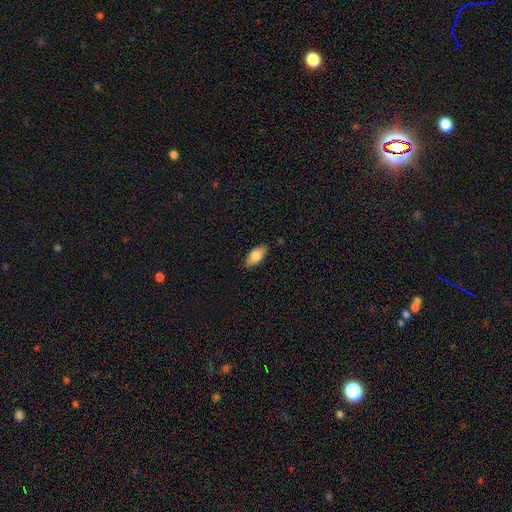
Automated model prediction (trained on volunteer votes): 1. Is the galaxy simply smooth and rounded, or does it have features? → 79% smooth, 14% featured or disk, 7% star or artifact.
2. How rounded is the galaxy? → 90% in between, 7% cigar-shaped, 3% round.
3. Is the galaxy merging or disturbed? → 83% none, 13% minor disturbance, 2% major disturbance, 1% merger.